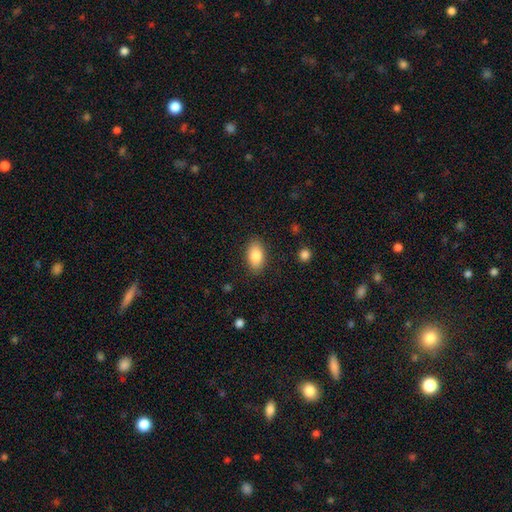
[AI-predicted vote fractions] This is clearly a smooth galaxy (85%). How rounded: clearly in between (92%). Merging: clearly none (86%).